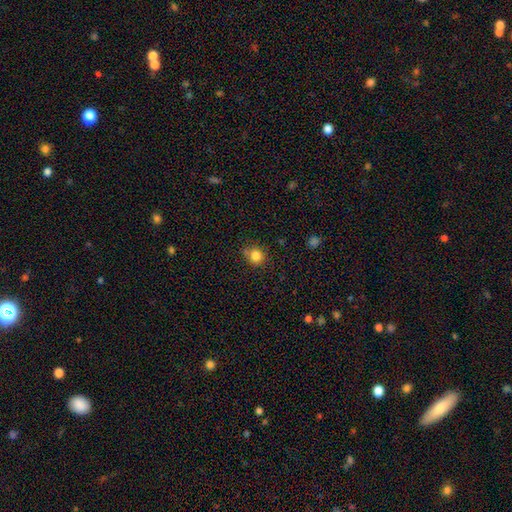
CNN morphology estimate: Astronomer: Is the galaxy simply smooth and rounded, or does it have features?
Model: smooth — 83%.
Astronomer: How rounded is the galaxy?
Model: round — 86%.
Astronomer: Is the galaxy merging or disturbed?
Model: none — 72%.